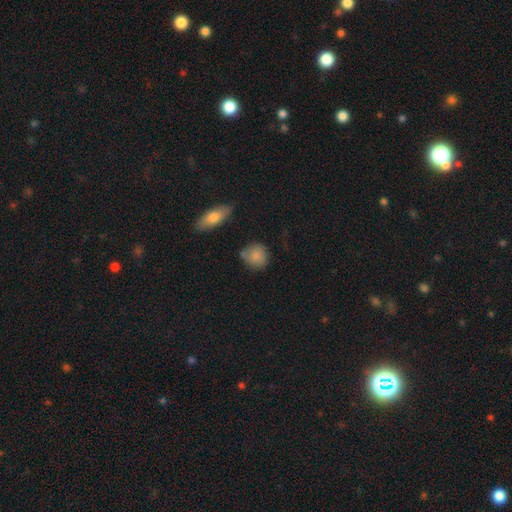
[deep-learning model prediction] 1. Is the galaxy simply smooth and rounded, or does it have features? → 82% smooth, 11% featured or disk, 8% star or artifact.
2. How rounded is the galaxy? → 79% round, 19% in between, 2% cigar-shaped.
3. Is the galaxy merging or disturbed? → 66% none, 23% minor disturbance, 6% merger, 6% major disturbance.